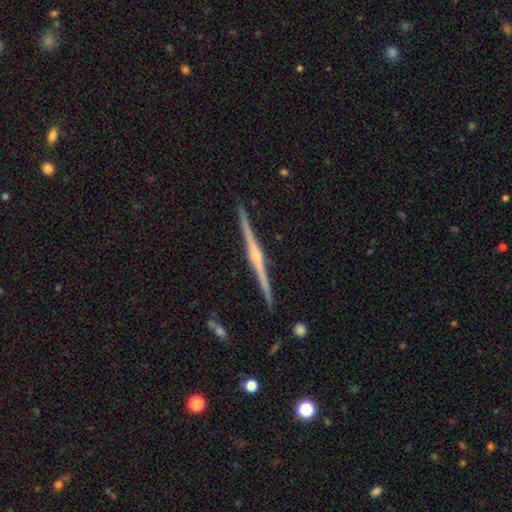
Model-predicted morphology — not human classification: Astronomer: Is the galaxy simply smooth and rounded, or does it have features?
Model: featured or disk — 87%.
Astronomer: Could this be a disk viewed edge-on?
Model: yes — 99%.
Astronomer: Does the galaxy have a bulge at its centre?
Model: rounded — 84%.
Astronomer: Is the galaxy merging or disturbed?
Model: none — 93%.